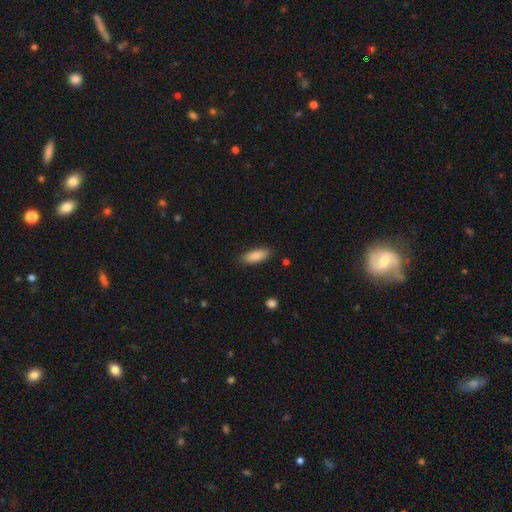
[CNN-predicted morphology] smooth-or-featured: smooth: 87% | star or artifact: 6% | featured or disk: 6%
  how-rounded: in between: 72% | cigar-shaped: 26% | round: 2%
  merging: none: 87% | minor disturbance: 10% | major disturbance: 2% | merger: 1%